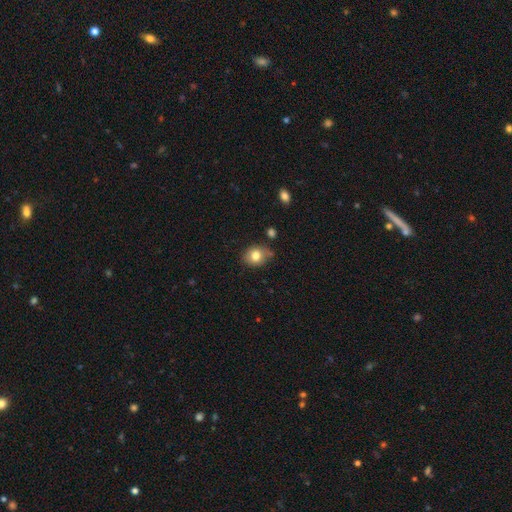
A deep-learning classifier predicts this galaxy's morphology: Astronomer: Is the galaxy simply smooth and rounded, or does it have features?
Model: smooth — 78%.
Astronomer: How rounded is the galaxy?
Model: round — 52% (runner-up: in between, 48%).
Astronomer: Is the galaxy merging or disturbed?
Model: none — 69%.